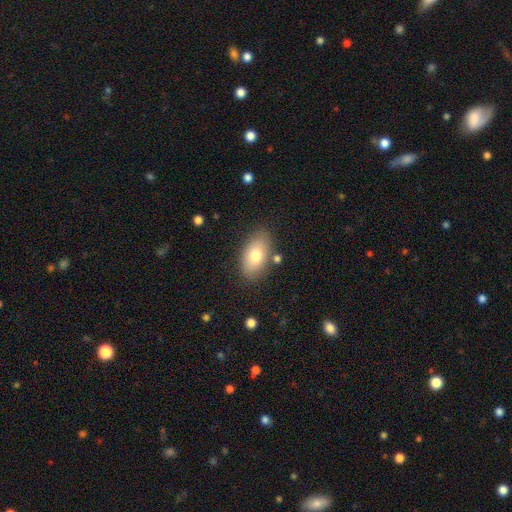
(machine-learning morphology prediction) This appears to be a smooth galaxy with no disk features (76%) that is in between round and cigar-shaped (92%). Merging: none (79%).